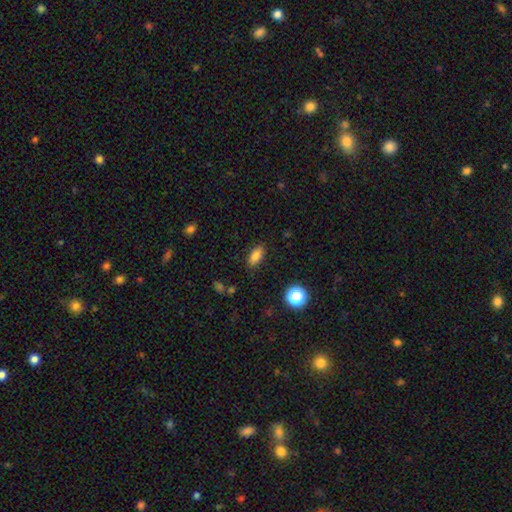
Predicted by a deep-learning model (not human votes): This is clearly a smooth galaxy (82%). How rounded: clearly in between (84%). Merging: clearly none (86%).